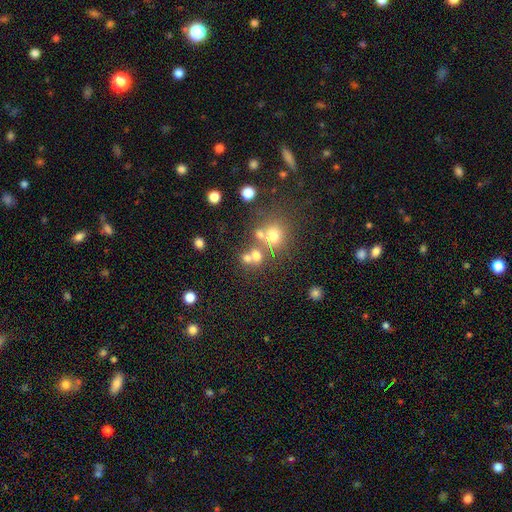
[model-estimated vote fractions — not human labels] Morphology: type=smooth (64%); roundness=round (79%); merging=none (47%).